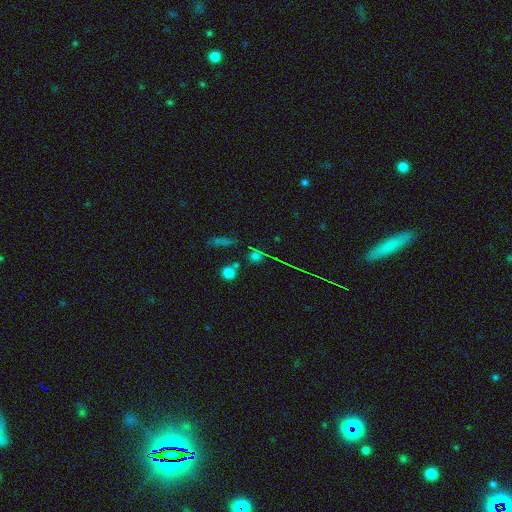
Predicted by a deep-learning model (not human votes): smooth 49%, star or artifact 37%, featured or disk 14%. Down the decision tree: merging — none (71%).